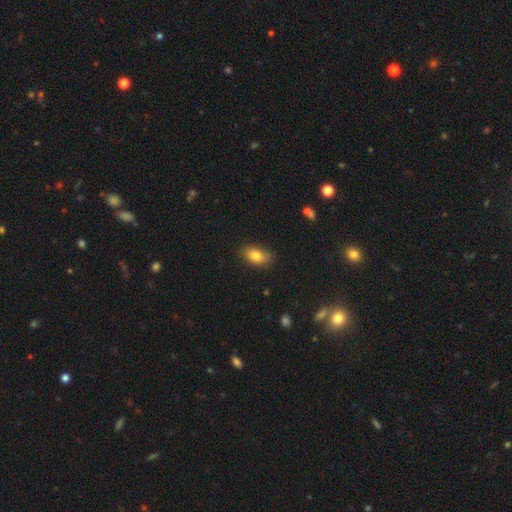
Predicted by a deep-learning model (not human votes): Q: Smooth or featured?
A: smooth (82%); runner-up: featured or disk (10%)
Q: How rounded?
A: in between (89%); runner-up: round (8%)
Q: Merging?
A: none (79%); runner-up: minor disturbance (16%)